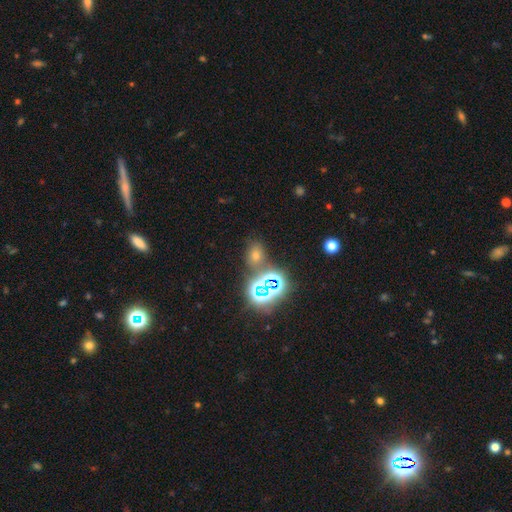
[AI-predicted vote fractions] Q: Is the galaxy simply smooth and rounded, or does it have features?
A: star or artifact — 46%.